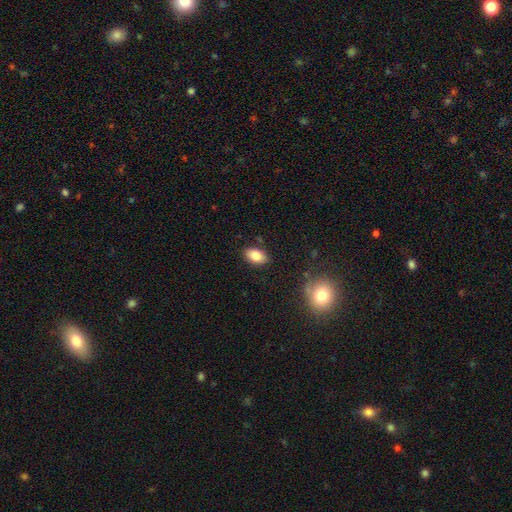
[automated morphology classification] Smooth or featured? smooth (82%)
How rounded? in between (90%)
Merging? none (86%)